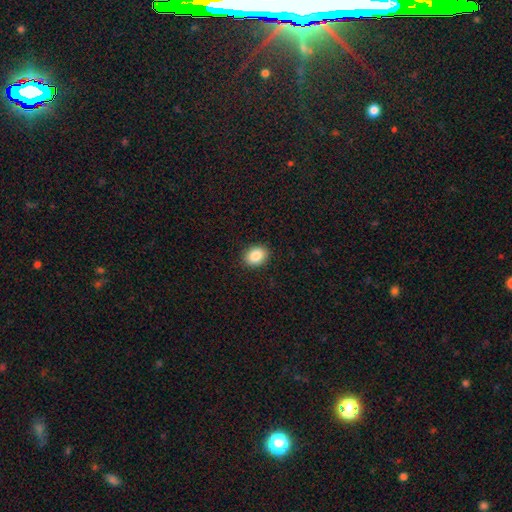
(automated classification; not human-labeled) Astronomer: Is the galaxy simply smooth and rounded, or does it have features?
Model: smooth — 87%.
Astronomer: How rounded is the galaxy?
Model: in between — 67%.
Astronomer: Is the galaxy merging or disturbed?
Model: none — 91%.